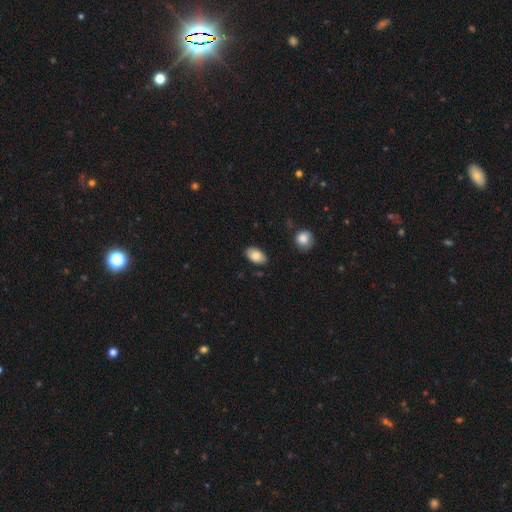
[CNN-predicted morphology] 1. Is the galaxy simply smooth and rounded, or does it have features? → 83% smooth, 10% featured or disk, 7% star or artifact.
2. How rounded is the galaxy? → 93% in between, 6% round, 1% cigar-shaped.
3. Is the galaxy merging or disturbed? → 86% none, 11% minor disturbance, 2% major disturbance, 2% merger.